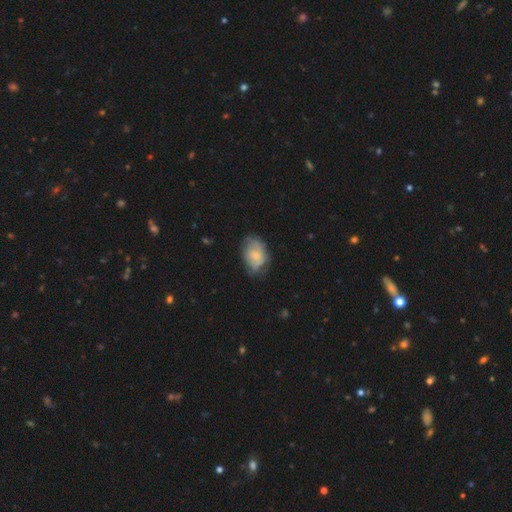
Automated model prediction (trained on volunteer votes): smooth-or-featured: smooth: 56% | featured or disk: 37% | star or artifact: 8%
  how-rounded: in between: 77% | round: 22% | cigar-shaped: 1%
  merging: none: 51% | minor disturbance: 33% | major disturbance: 14% | merger: 2%